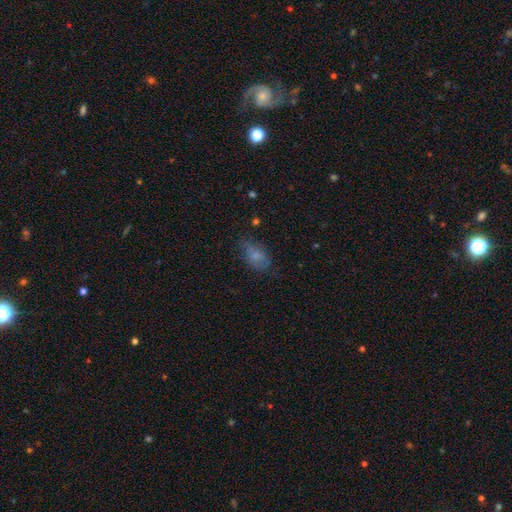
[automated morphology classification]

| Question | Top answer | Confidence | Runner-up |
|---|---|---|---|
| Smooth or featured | smooth | 67% | featured or disk (21%) |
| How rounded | in between | 87% | round (10%) |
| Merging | none | 53% | minor disturbance (29%) |